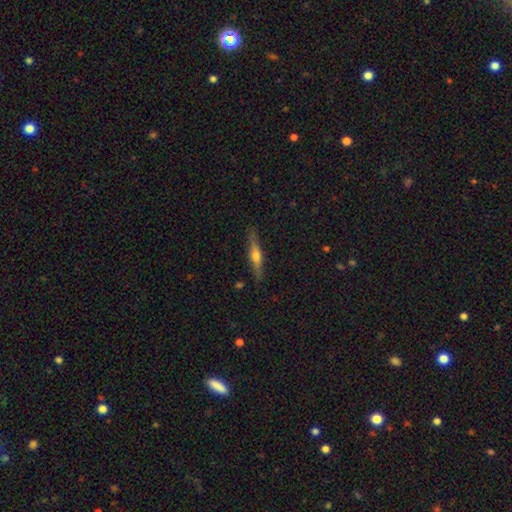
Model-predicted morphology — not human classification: Smooth or featured: featured or disk — 60% (smooth — 33%)
Edge-on disk: yes — 96% (no — 4%)
Edge-on bulge: rounded — 90% (none — 5%)
Merging: none — 87% (minor disturbance — 10%)